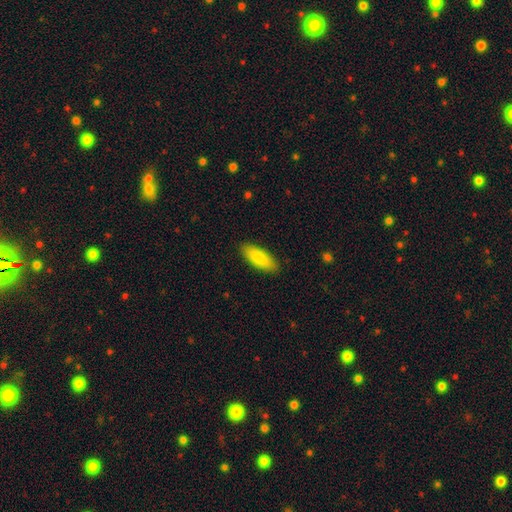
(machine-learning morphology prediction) Overall: smooth (88%). How rounded: in between (69%; cigar-shaped 29%). Merging: none (89%).